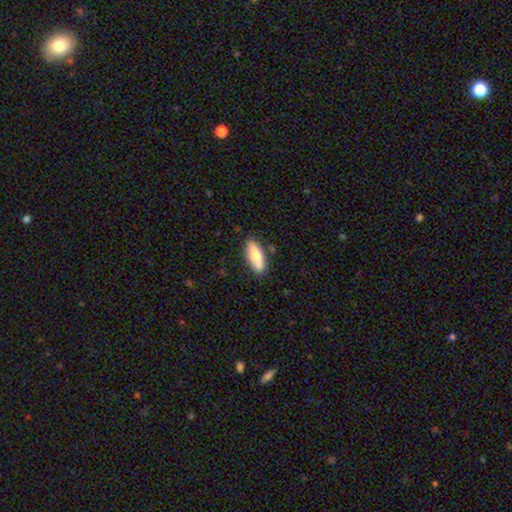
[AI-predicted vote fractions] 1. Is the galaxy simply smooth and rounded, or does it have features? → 68% smooth, 26% featured or disk, 6% star or artifact.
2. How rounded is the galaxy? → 69% in between, 28% cigar-shaped, 2% round.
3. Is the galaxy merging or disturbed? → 83% none, 12% minor disturbance, 3% merger, 2% major disturbance.